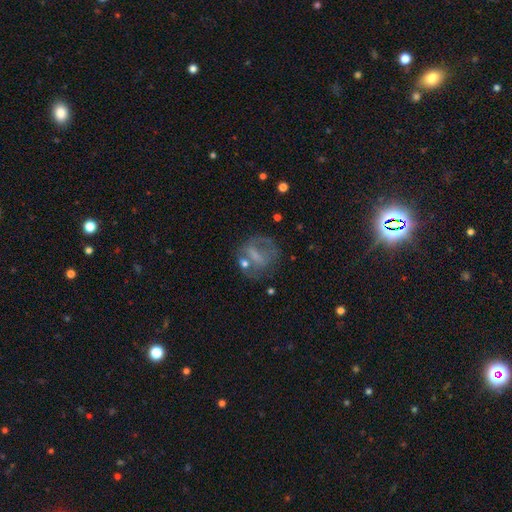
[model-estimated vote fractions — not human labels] The model was most divided on "smooth or featured": featured or disk: 48%, smooth: 39%, star or artifact: 14%. Remaining: merging — none (47%).